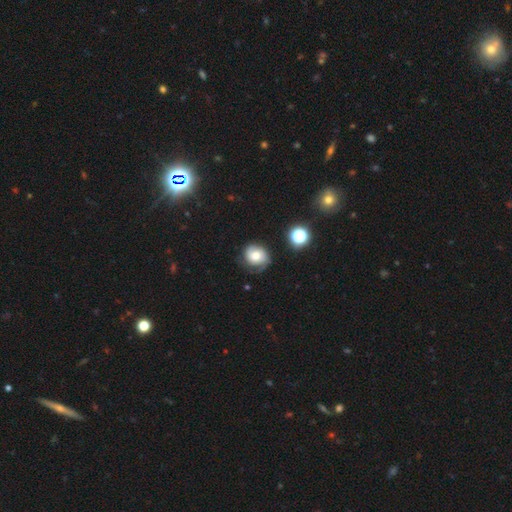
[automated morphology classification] type=featured or disk (49%); merging=none (62%).